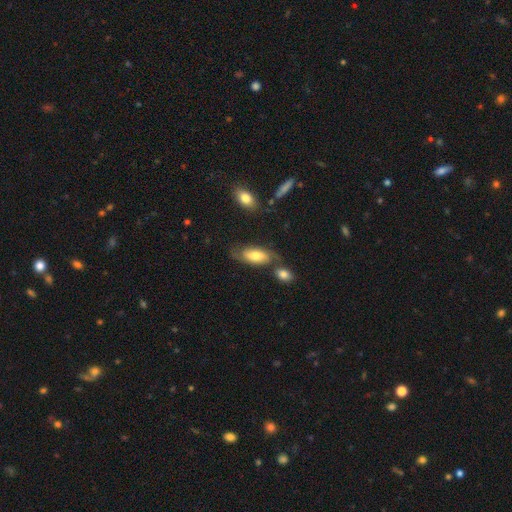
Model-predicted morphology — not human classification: type=smooth (56%); roundness=in between (86%); merging=none (55%).